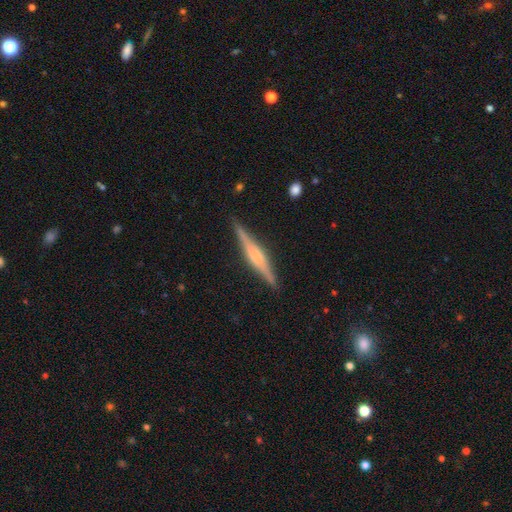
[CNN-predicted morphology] Smooth or featured? featured or disk (76%)
Edge-on disk? yes (98%)
Edge-on bulge? rounded (51%)
Merging? none (88%)